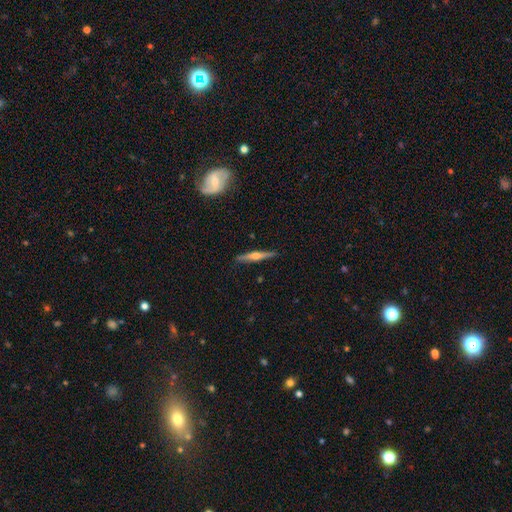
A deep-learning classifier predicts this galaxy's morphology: Overall: featured or disk (70%). Edge-on disk: yes (98%). Edge-on bulge: rounded (90%). Merging: none (90%).